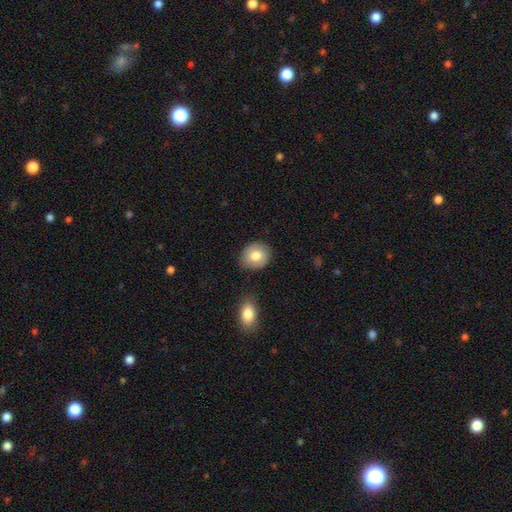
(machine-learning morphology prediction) smooth 78%, featured or disk 14%, star or artifact 8%. Down the decision tree: how rounded — round (68%); merging — none (83%).